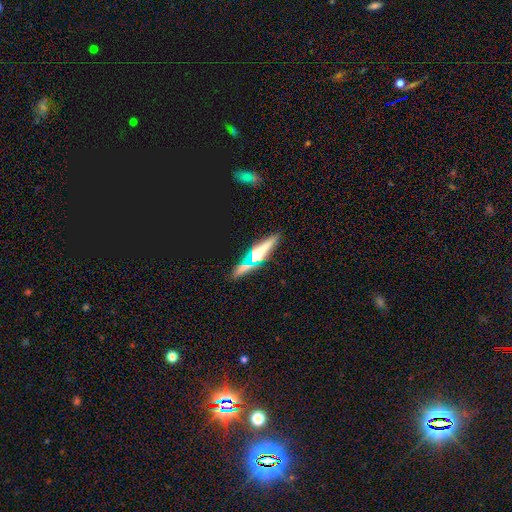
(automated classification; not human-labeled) This is possibly a featured or disk galaxy (48%). Merging: clearly none (82%).